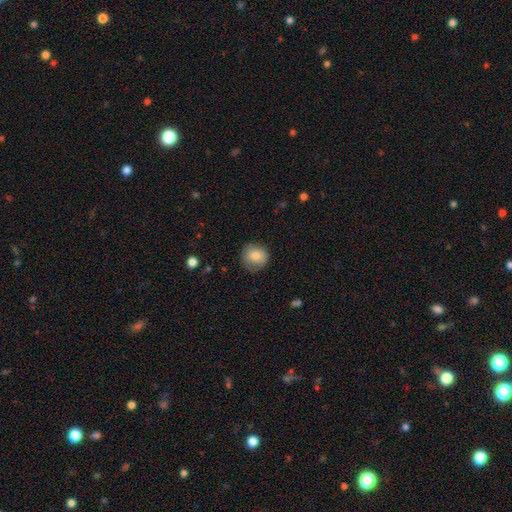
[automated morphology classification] Q: Smooth or featured?
A: smooth (80%); runner-up: featured or disk (12%)
Q: How rounded?
A: round (89%); runner-up: in between (10%)
Q: Merging?
A: none (78%); runner-up: minor disturbance (17%)